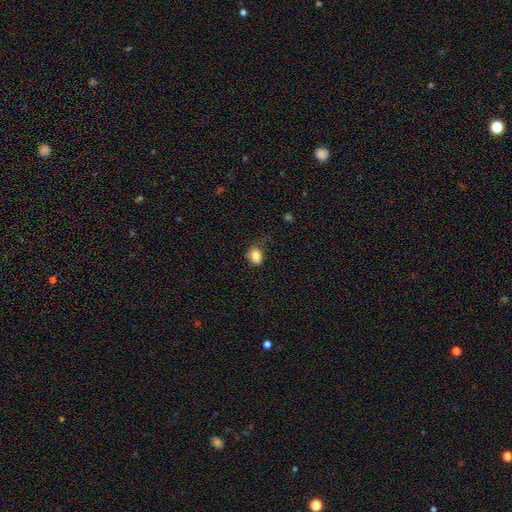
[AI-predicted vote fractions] smooth 84%, star or artifact 10%, featured or disk 6%. Down the decision tree: how rounded — in between (52%); merging — none (59%).